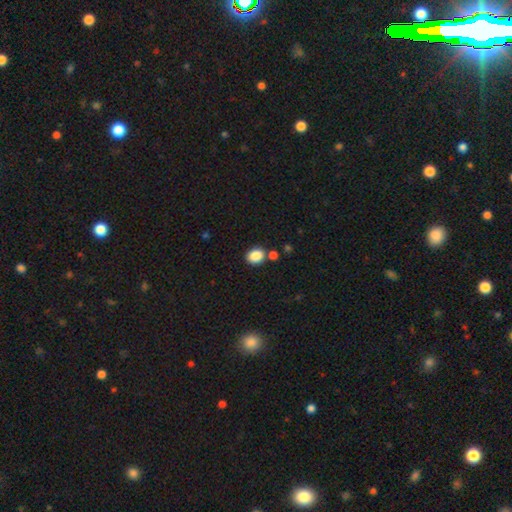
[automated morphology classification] Q: Smooth or featured?
A: smooth (87%); runner-up: star or artifact (9%)
Q: How rounded?
A: in between (50%); runner-up: round (49%)
Q: Merging?
A: none (76%); runner-up: merger (11%)